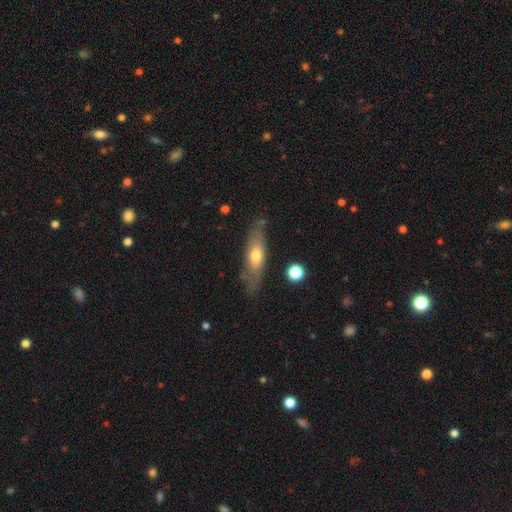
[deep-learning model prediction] A smooth galaxy with no disk features (54%) that is cigar-shaped (54%).

Vote fractions:
- Smooth or featured? smooth: 54% / featured or disk: 39% / star or artifact: 7%
- How rounded? cigar-shaped: 54% / in between: 43% / round: 2%
- Merging? none: 74% / minor disturbance: 18% / major disturbance: 5% / merger: 3%